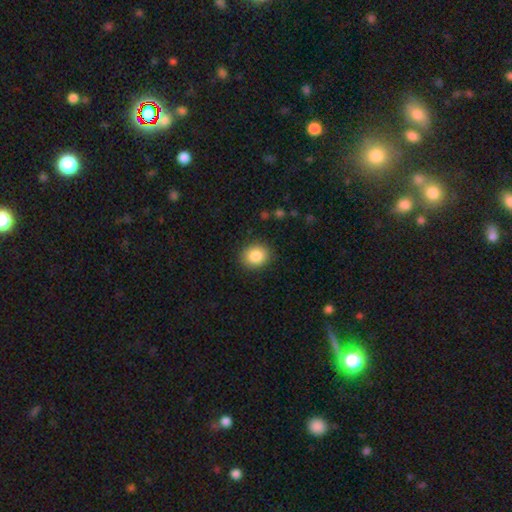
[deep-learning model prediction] Smooth or featured? smooth (86%)
How rounded? round (72%)
Merging? none (89%)